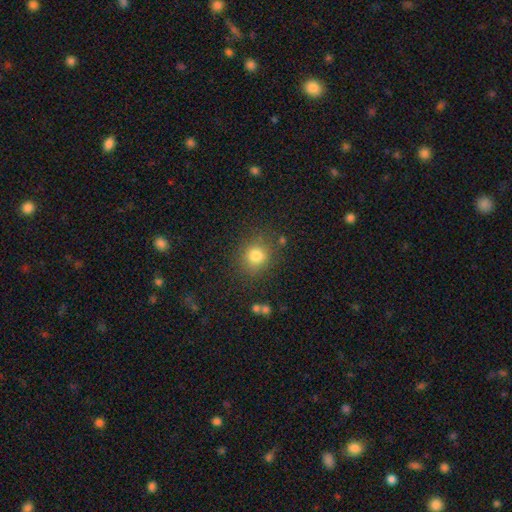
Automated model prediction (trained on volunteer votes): smooth_or_featured: smooth (p=0.80) [alt: star or artifact p=0.13]
how_rounded: round (p=0.82) [alt: in between p=0.17]
merging: none (p=0.81) [alt: minor disturbance p=0.11]